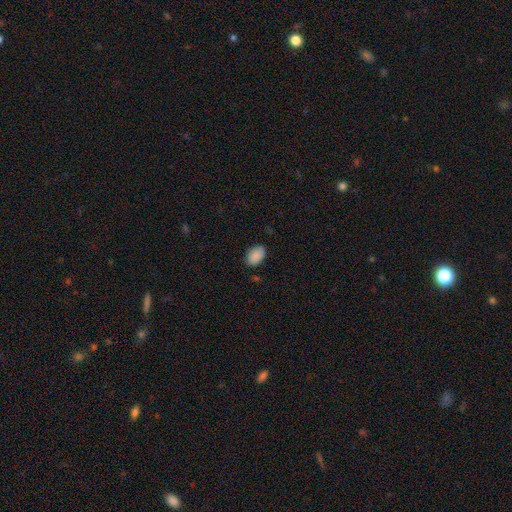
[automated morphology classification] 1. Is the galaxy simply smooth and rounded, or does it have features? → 89% smooth, 7% star or artifact, 4% featured or disk.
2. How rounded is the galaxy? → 89% in between, 10% round, 1% cigar-shaped.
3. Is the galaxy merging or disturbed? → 82% none, 14% minor disturbance, 3% major disturbance, 1% merger.